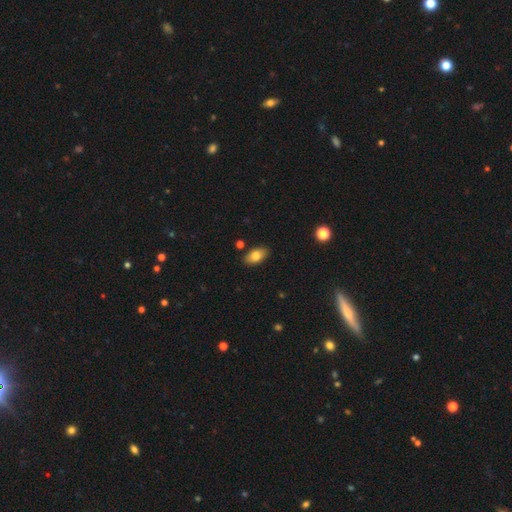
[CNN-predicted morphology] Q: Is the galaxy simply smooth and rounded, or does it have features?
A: smooth — 79%.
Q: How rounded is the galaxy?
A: in between — 92%.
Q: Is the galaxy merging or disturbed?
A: none — 87%.